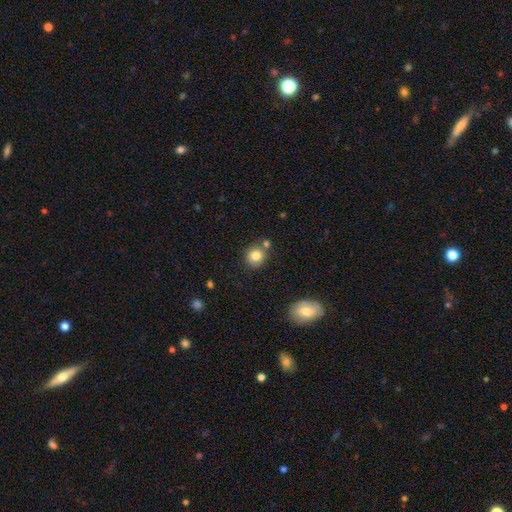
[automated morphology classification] A smooth galaxy with no disk features (81%) that is round (80%). Merging: none (73%).